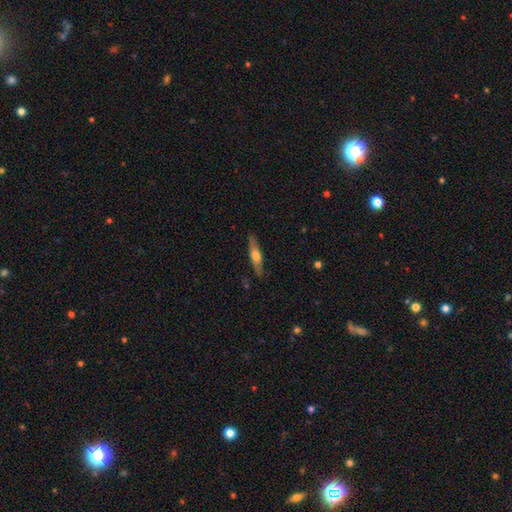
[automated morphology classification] Q: Smooth or featured?
A: featured or disk (50%); runner-up: smooth (44%)
Q: Edge-on disk?
A: yes (87%); runner-up: no (13%)
Q: Merging?
A: none (85%); runner-up: minor disturbance (11%)